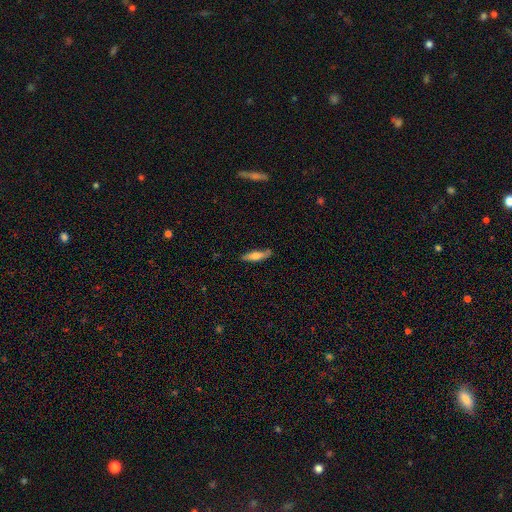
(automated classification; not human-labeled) This is likely a smooth galaxy (65%). How rounded: likely cigar-shaped (69%). Merging: likely none (78%).